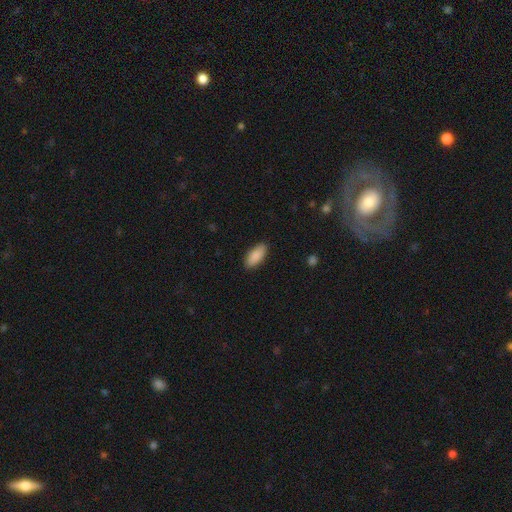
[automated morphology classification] smooth 89%, star or artifact 6%, featured or disk 5%. Down the decision tree: how rounded — in between (88%); merging — none (88%).